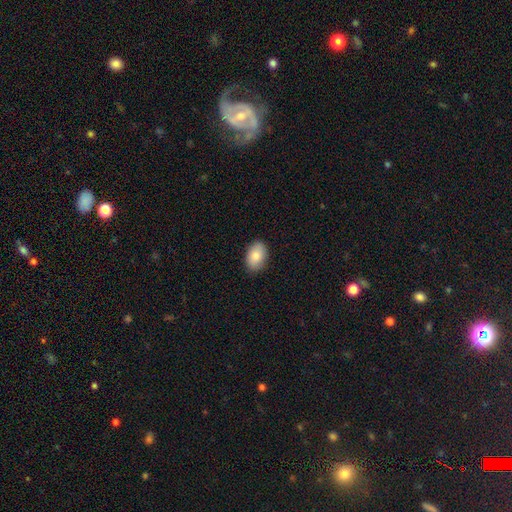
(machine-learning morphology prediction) Overall: smooth (83%). How rounded: in between (88%). Merging: none (88%).